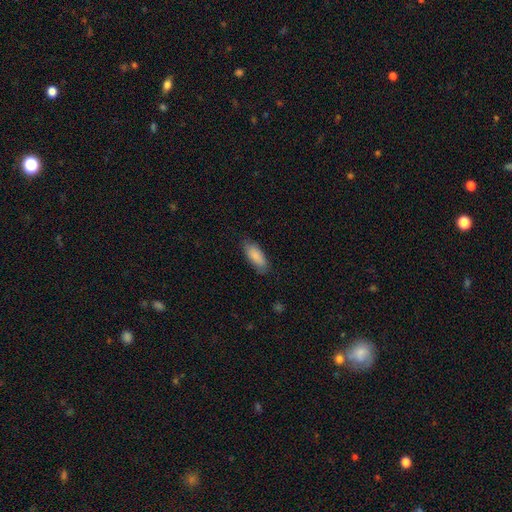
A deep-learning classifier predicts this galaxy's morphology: smooth 86%, featured or disk 8%, star or artifact 6%. Down the decision tree: how rounded — in between (77%); merging — none (81%).